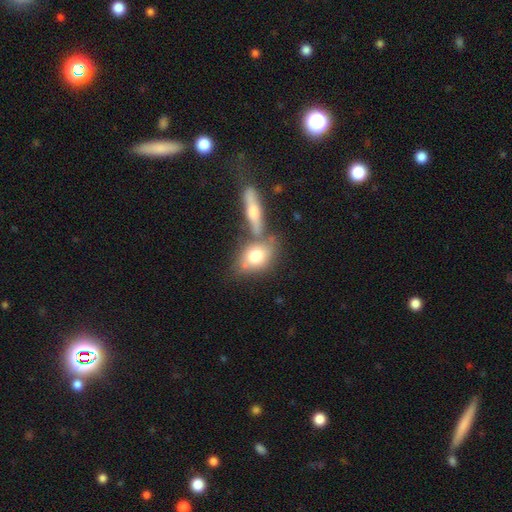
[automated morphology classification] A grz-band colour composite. It shows a smooth galaxy with no disk features (70%) that is in between round and cigar-shaped (67%). Merging: none (47%).